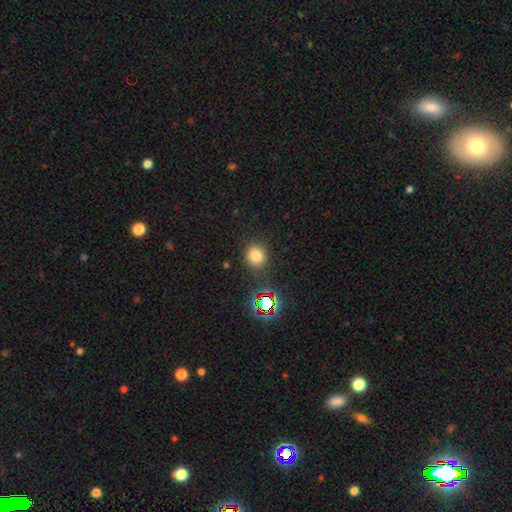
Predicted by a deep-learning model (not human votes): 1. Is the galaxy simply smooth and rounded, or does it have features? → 75% smooth, 19% star or artifact, 7% featured or disk.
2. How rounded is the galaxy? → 80% round, 18% in between, 1% cigar-shaped.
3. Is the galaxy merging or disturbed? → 83% none, 10% minor disturbance, 4% major disturbance, 3% merger.